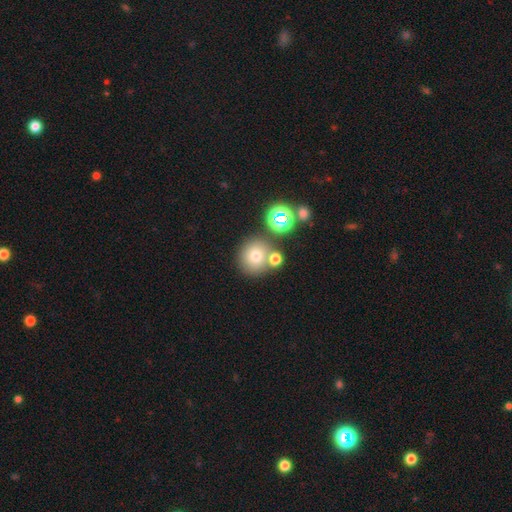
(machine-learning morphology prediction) This appears to be a smooth galaxy with no disk features (70%) that is round (91%). Merging: none (67%).